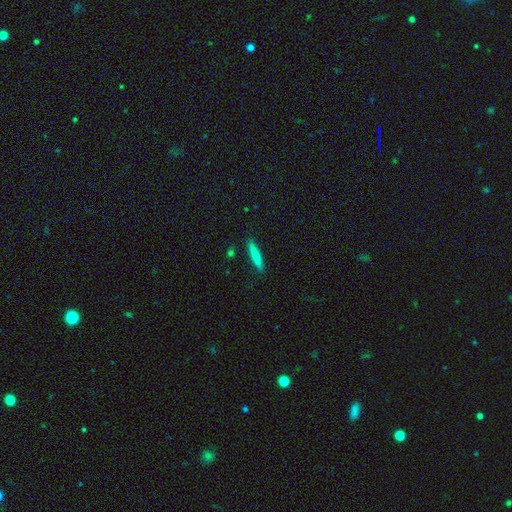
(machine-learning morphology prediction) smooth 79%, featured or disk 15%, star or artifact 6%. Down the decision tree: how rounded — cigar-shaped (93%); merging — none (88%).